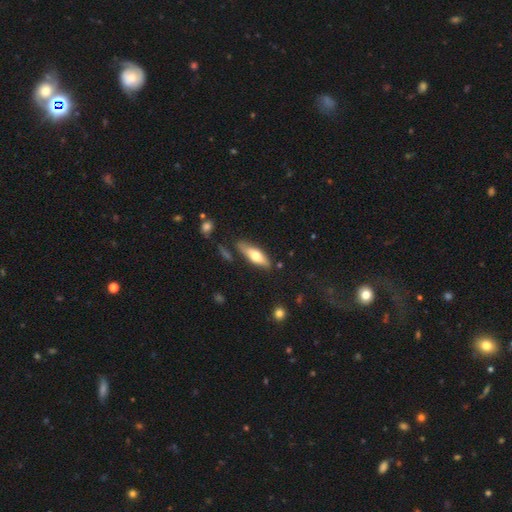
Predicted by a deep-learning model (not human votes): This is possibly a smooth galaxy (56%). How rounded: possibly in between (50%). Merging: likely none (76%).